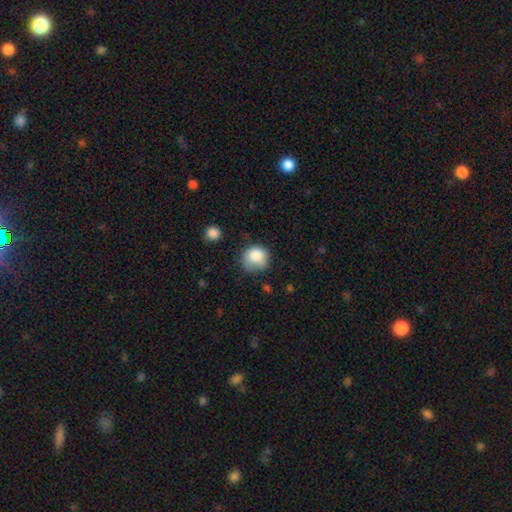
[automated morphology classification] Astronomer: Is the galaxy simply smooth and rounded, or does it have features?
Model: smooth — 83%.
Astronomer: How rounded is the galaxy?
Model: round — 85%.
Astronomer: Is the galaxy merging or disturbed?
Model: none — 55% (runner-up: minor disturbance, 31%).